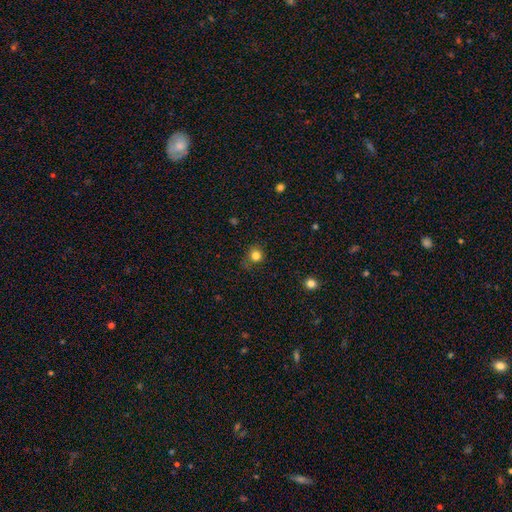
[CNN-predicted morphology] Smooth or featured: smooth — 80% (star or artifact — 14%)
How rounded: round — 85% (in between — 14%)
Merging: none — 74% (minor disturbance — 18%)